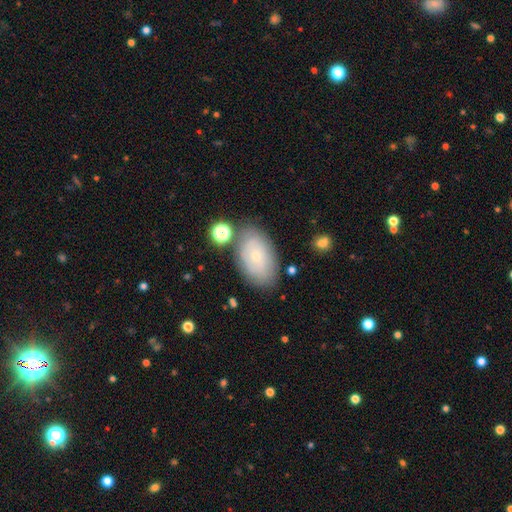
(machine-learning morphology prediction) A smooth galaxy with no disk features (52%) that is in between round and cigar-shaped (91%).

Vote fractions:
- Smooth or featured? smooth: 52% / featured or disk: 39% / star or artifact: 9%
- How rounded? in between: 91% / round: 8% / cigar-shaped: 2%
- Merging? none: 74% / minor disturbance: 16% / merger: 5% / major disturbance: 5%